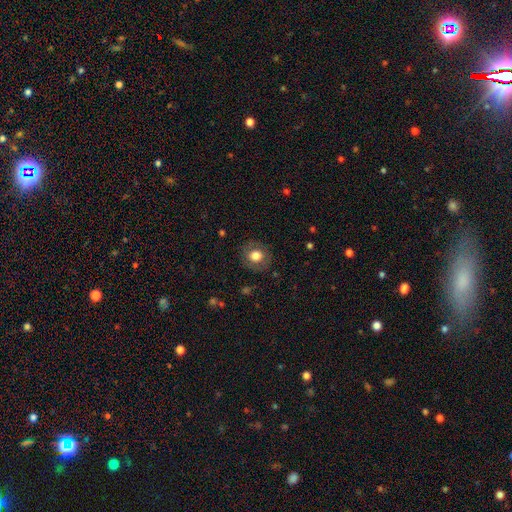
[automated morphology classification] A smooth galaxy with no disk features (71%) that is round (79%).

Vote fractions:
- Smooth or featured? smooth: 71% / featured or disk: 20% / star or artifact: 9%
- How rounded? round: 79% / in between: 20% / cigar-shaped: 1%
- Merging? none: 84% / minor disturbance: 10% / major disturbance: 4% / merger: 1%